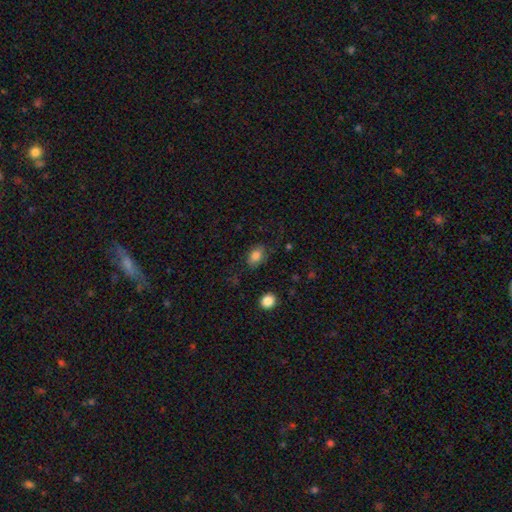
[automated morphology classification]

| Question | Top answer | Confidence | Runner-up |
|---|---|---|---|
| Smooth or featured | smooth | 82% | star or artifact (9%) |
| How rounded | in between | 83% | round (15%) |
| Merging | none | 69% | minor disturbance (20%) |